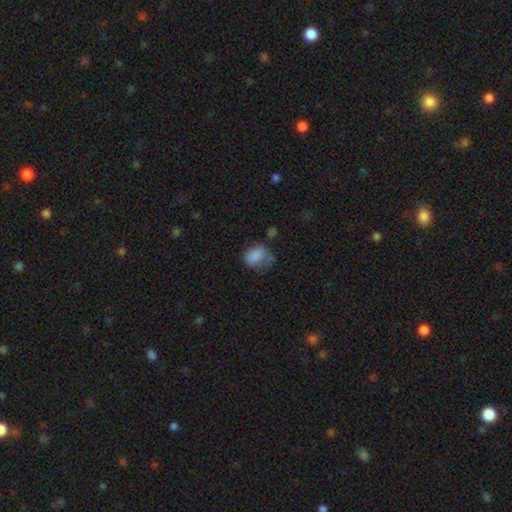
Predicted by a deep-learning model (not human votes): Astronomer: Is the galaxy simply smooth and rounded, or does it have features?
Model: smooth — 80%.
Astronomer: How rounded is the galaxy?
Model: in between — 56% (runner-up: round, 43%).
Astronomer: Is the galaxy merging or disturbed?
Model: none — 39% (runner-up: minor disturbance, 33%).